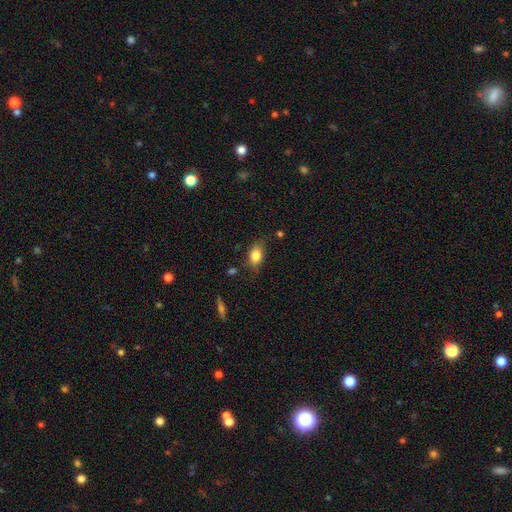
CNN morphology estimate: A smooth galaxy with no disk features (83%) that is in between round and cigar-shaped (81%).

Vote fractions:
- Smooth or featured? smooth: 83% / featured or disk: 9% / star or artifact: 8%
- How rounded? in between: 81% / round: 16% / cigar-shaped: 3%
- Merging? none: 68% / minor disturbance: 23% / major disturbance: 6% / merger: 3%